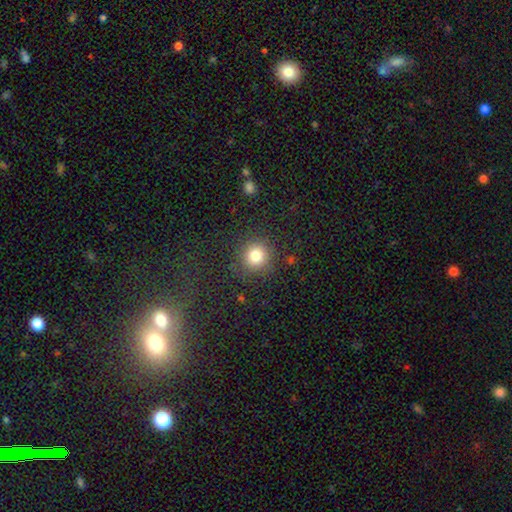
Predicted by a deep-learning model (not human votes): smooth-or-featured: smooth: 82% | star or artifact: 12% | featured or disk: 6%
  how-rounded: round: 92% | in between: 7% | cigar-shaped: 1%
  merging: none: 87% | minor disturbance: 7% | major disturbance: 4% | merger: 2%